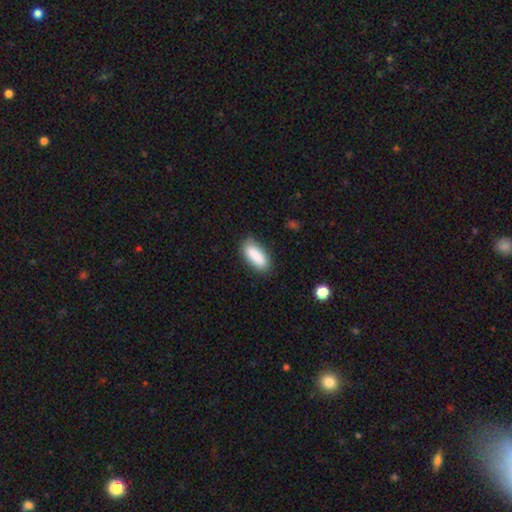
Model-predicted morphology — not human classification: This appears to be a smooth galaxy with no disk features (87%) that is in between round and cigar-shaped (74%). Merging: none (81%).